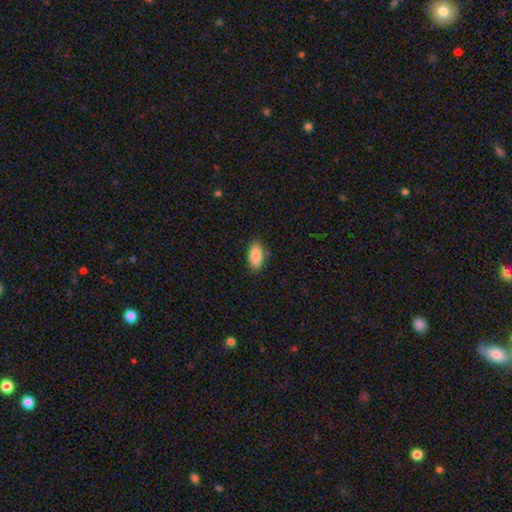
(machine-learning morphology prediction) smooth 89%, star or artifact 6%, featured or disk 4%. Down the decision tree: how rounded — in between (92%); merging — none (84%).